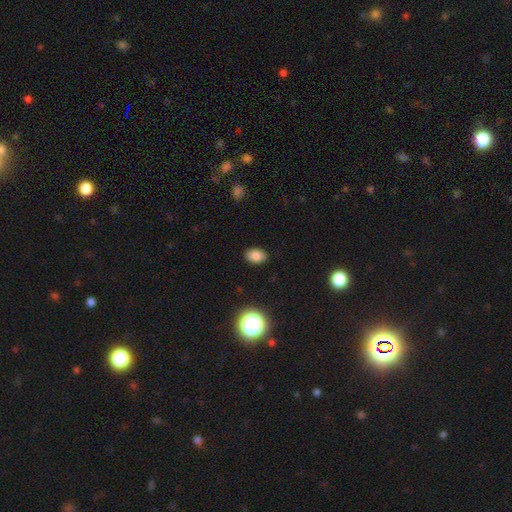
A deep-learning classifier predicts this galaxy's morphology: Smooth or featured: smooth — 83% (star or artifact — 11%)
How rounded: in between — 80% (round — 19%)
Merging: none — 88% (minor disturbance — 9%)